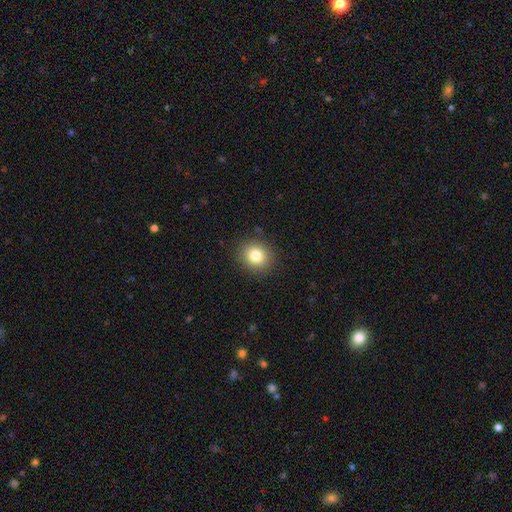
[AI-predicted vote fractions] This is clearly a smooth galaxy (81%). How rounded: likely round (80%). Merging: clearly none (90%).